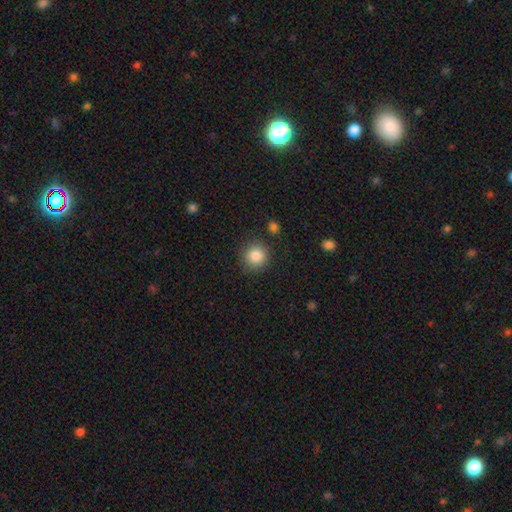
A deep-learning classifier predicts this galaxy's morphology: Smooth or featured? Predicted: smooth (p=0.86). How rounded? Predicted: round (p=0.93). Merging? Predicted: none (p=0.86).